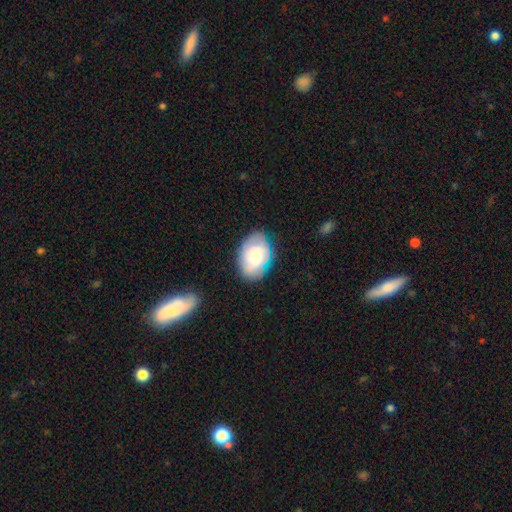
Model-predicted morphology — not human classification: type=smooth (51%); roundness=in between (79%); merging=none (72%).